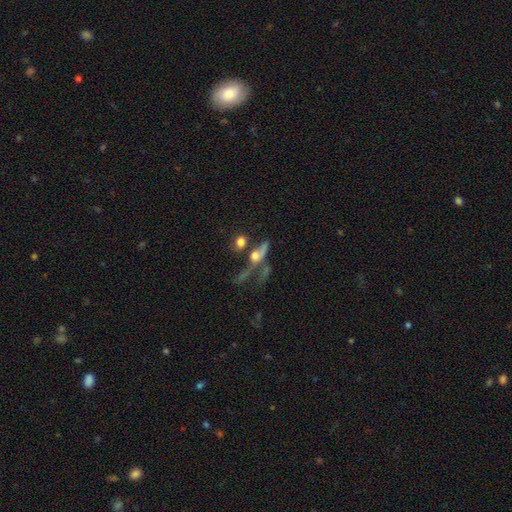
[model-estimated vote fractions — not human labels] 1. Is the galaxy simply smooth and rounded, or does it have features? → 49% smooth, 34% featured or disk, 16% star or artifact.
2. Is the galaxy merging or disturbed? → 38% merger, 28% none, 22% major disturbance, 12% minor disturbance.